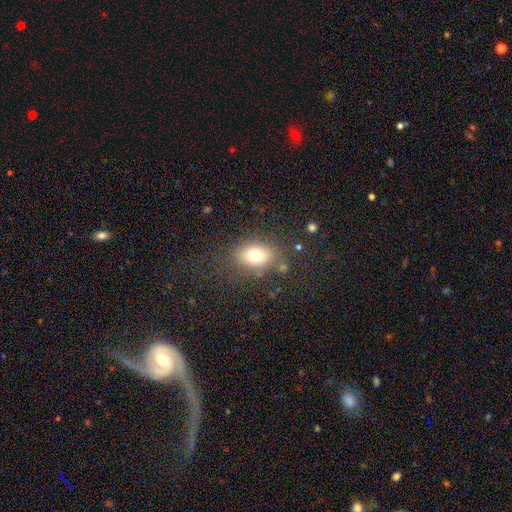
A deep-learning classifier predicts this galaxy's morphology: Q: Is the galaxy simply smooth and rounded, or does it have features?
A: smooth — 74%.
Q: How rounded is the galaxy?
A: in between — 70%.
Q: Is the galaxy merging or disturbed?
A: none — 75%.